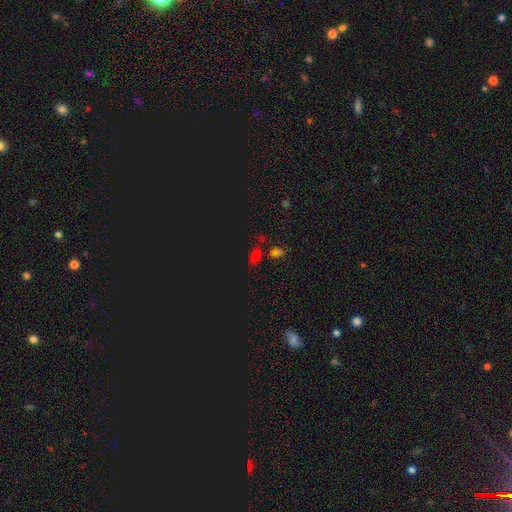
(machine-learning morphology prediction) A star or artifact, not a galaxy (61%).